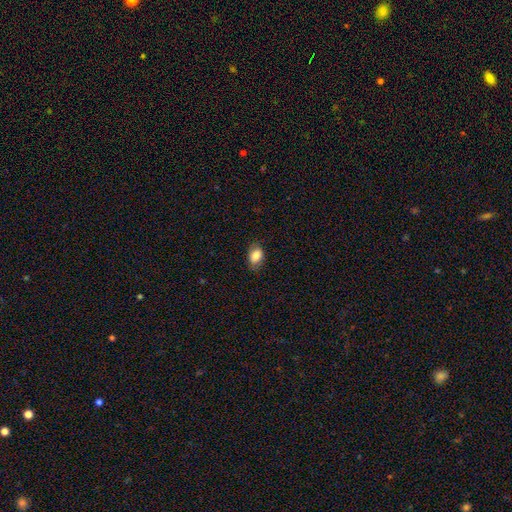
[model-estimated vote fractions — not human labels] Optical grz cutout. It shows a smooth galaxy with no disk features (82%) that is in between round and cigar-shaped (85%). Merging: none (80%).